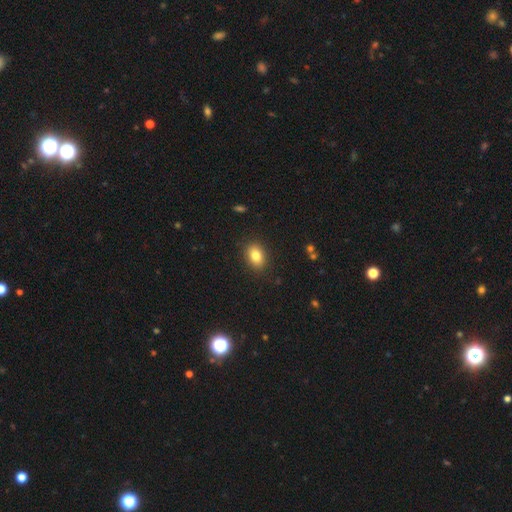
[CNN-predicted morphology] type=smooth (83%); roundness=in between (74%); merging=none (88%).